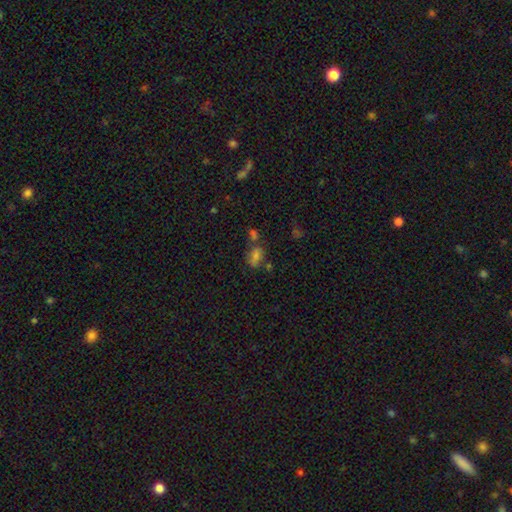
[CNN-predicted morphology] A smooth galaxy with no disk features (56%) that is in between round and cigar-shaped (77%). Merging: none (50%).